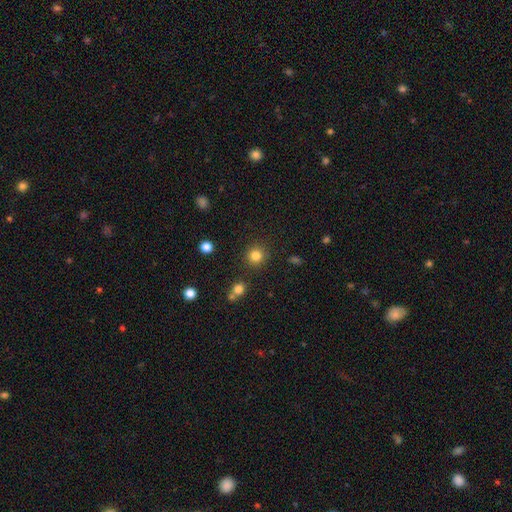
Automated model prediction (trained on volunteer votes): Overall: smooth (82%). How rounded: round (92%). Merging: none (87%).